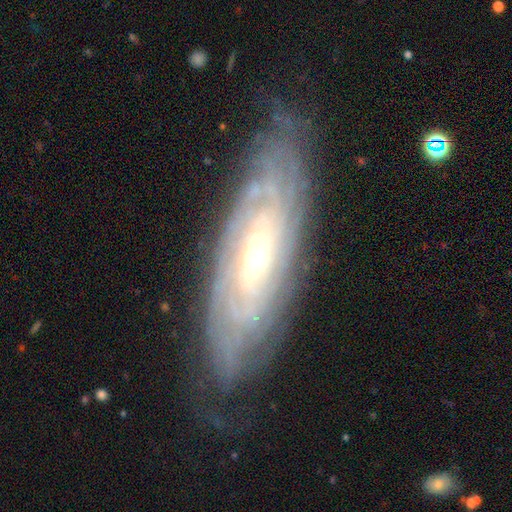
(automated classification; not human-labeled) Smooth or featured: featured or disk — 85% (smooth — 10%)
Edge-on disk: no — 82% (yes — 18%)
Bar: no — 45% (weak — 36%)
Spiral arms: yes — 92% (no — 8%)
Spiral winding: tight — 81% (medium — 15%)
Spiral arm count: can't tell — 58% (more than 4 — 11%)
Bulge size: moderate — 55% (small — 36%)
Merging: none — 78% (minor disturbance — 16%)